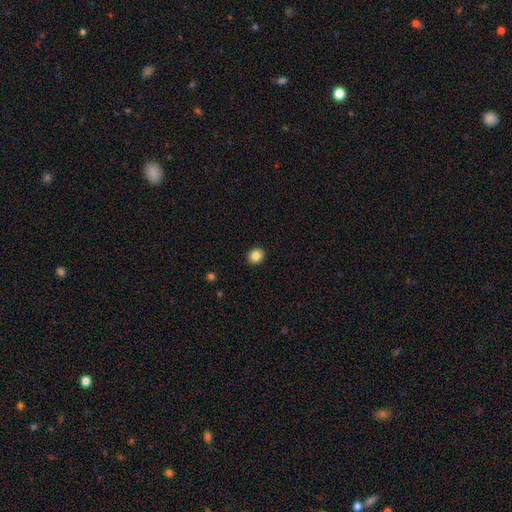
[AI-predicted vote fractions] Smooth or featured? Predicted: smooth (p=0.85). How rounded? Predicted: round (p=0.79). Merging? Predicted: none (p=0.92).